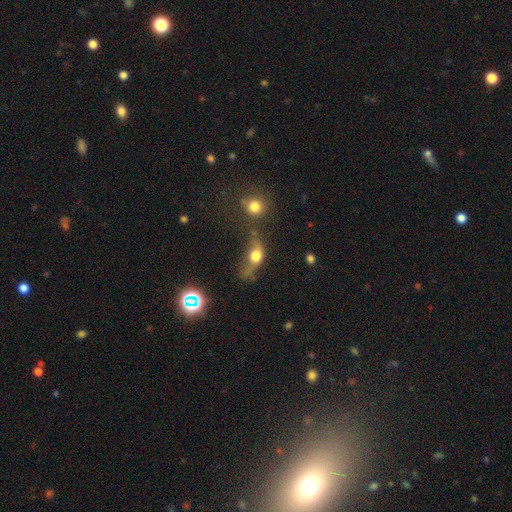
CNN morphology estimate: smooth_or_featured: smooth (p=0.58) [alt: featured or disk p=0.27]
how_rounded: in between (p=0.54) [alt: round p=0.35]
merging: none (p=0.31) [alt: major disturbance p=0.30]